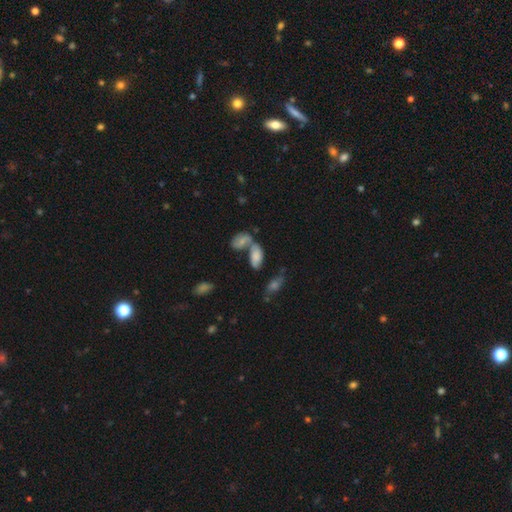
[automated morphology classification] smooth 62%, featured or disk 26%, star or artifact 12%. Down the decision tree: how rounded — in between (87%); merging — merger (57%).